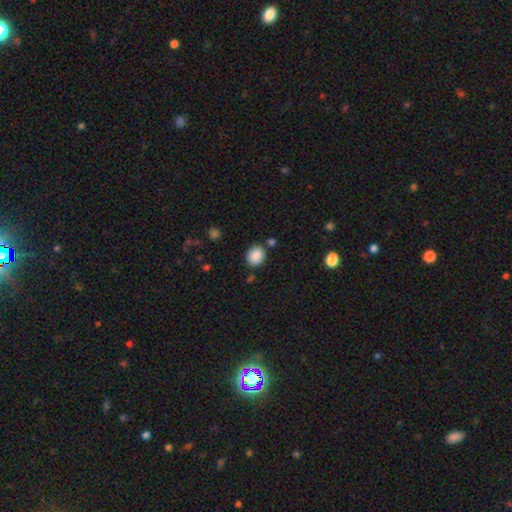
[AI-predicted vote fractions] The model was most divided on "how rounded": round: 64%, in between: 35%, cigar-shaped: 1%. More confident: smooth or featured — smooth (88%); merging — none (80%).